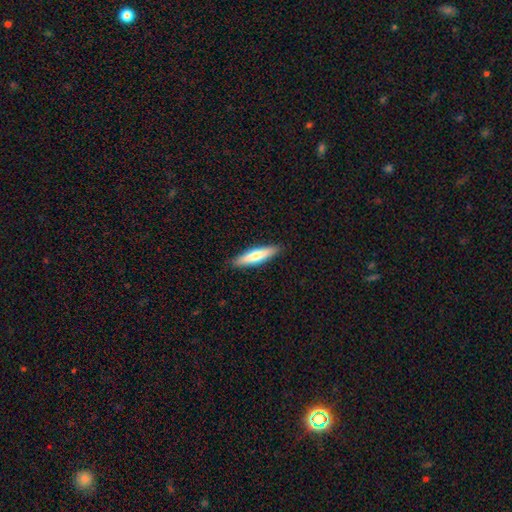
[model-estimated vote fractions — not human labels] This is likely a smooth galaxy (68%). How rounded: likely cigar-shaped (78%). Merging: clearly none (89%).